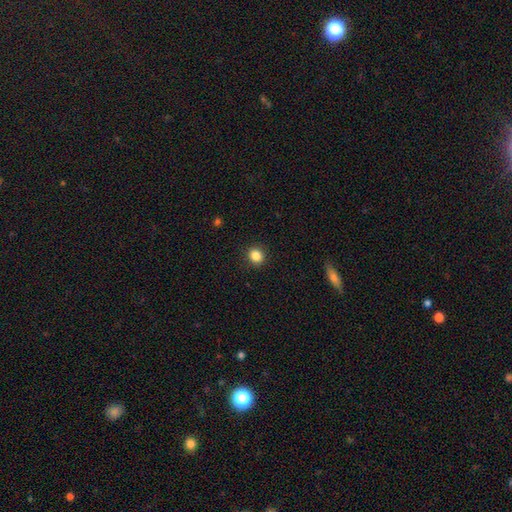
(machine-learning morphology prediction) A smooth galaxy with no disk features (85%) that is round (78%).

Vote fractions:
- Smooth or featured? smooth: 85% / star or artifact: 11% / featured or disk: 4%
- How rounded? round: 78% / in between: 21% / cigar-shaped: 1%
- Merging? none: 91% / minor disturbance: 6% / major disturbance: 2% / merger: 1%